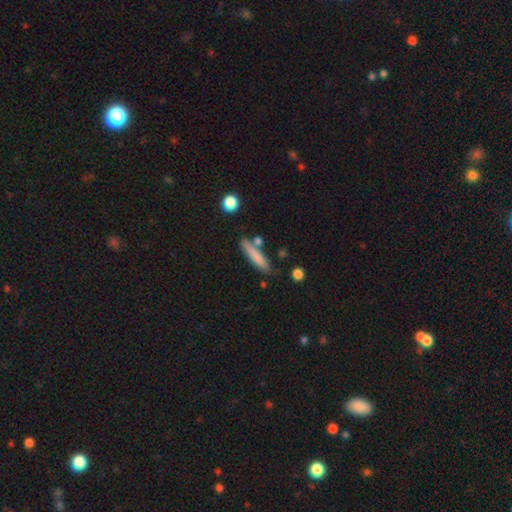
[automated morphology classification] Smooth or featured? Predicted: smooth (p=0.76). How rounded? Predicted: cigar-shaped (p=0.87). Merging? Predicted: none (p=0.73).